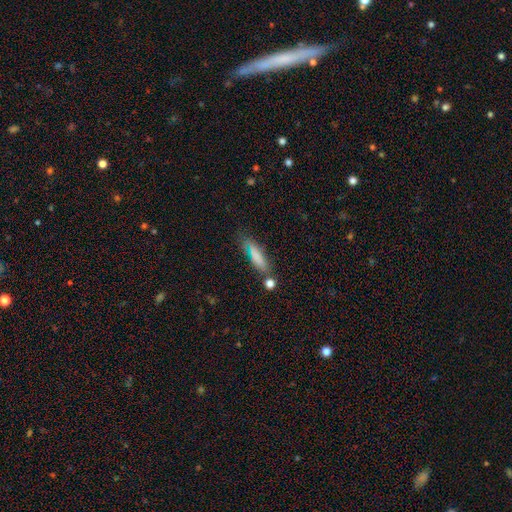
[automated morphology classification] type=smooth (75%); roundness=cigar-shaped (68%); merging=none (64%).